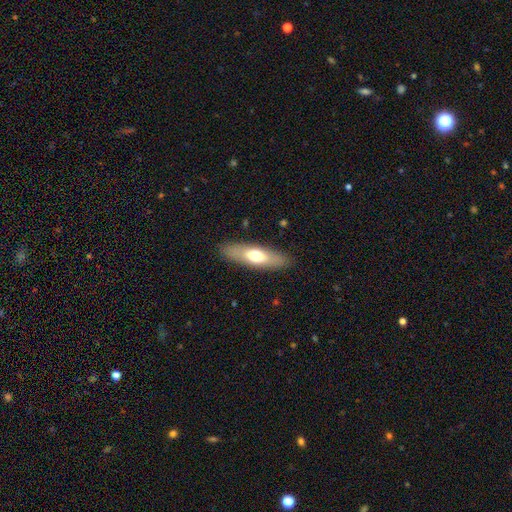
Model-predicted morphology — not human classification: Smooth or featured: smooth — 60% (featured or disk — 34%)
How rounded: cigar-shaped — 53% (in between — 45%)
Merging: none — 88% (minor disturbance — 9%)